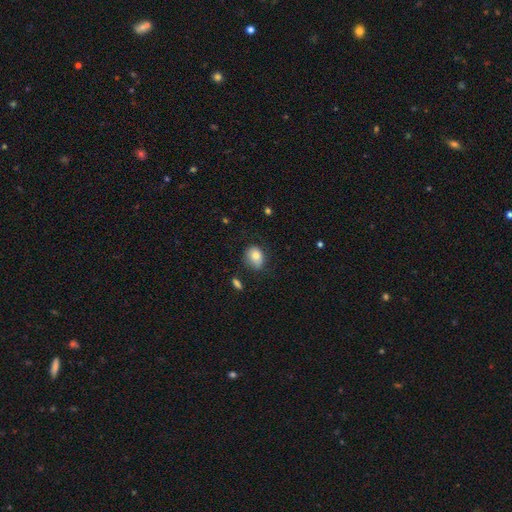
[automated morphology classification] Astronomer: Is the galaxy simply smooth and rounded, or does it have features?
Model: smooth — 79%.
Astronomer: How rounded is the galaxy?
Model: in between — 52% (runner-up: round, 47%).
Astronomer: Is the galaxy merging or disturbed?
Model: none — 61%.